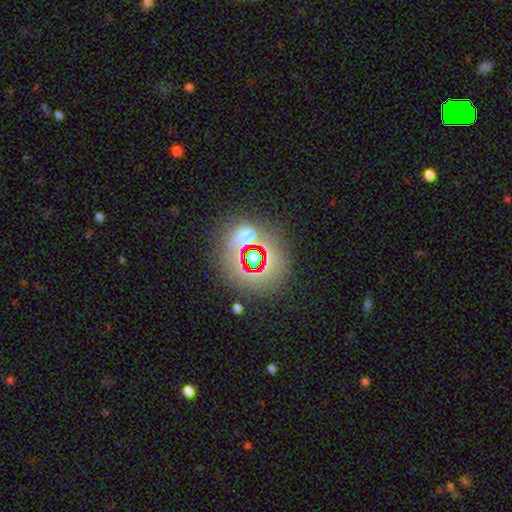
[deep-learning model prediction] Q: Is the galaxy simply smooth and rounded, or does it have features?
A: star or artifact — 56%.